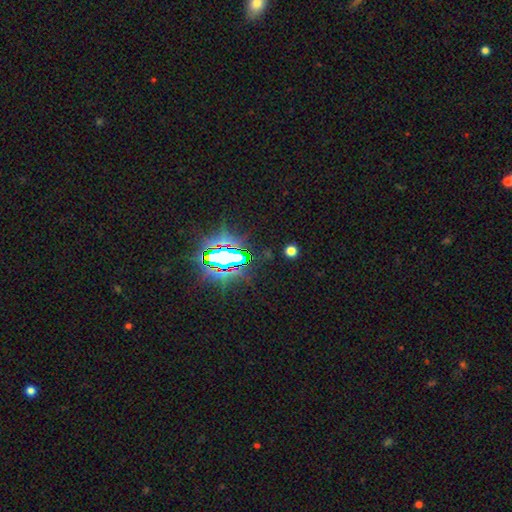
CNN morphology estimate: Overall: star or artifact (83%).